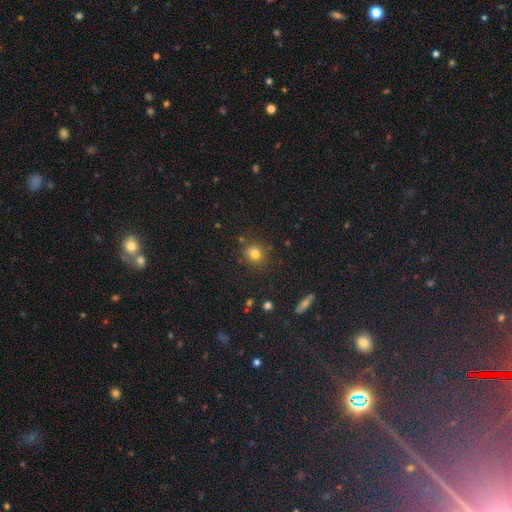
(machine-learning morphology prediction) smooth_or_featured: smooth (p=0.72) [alt: star or artifact p=0.20]
how_rounded: round (p=0.80) [alt: in between p=0.19]
merging: none (p=0.84) [alt: minor disturbance p=0.10]